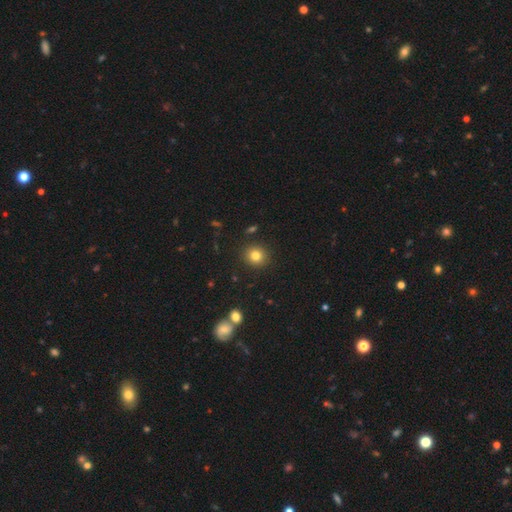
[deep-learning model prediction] smooth-or-featured: smooth: 81% | star or artifact: 12% | featured or disk: 7%
  how-rounded: round: 89% | in between: 10% | cigar-shaped: 1%
  merging: none: 90% | minor disturbance: 6% | merger: 2% | major disturbance: 2%